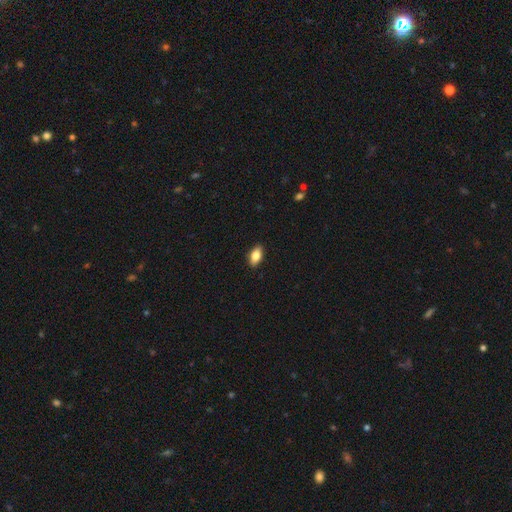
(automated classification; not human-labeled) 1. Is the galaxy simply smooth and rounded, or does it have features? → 82% smooth, 11% featured or disk, 7% star or artifact.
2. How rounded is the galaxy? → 90% in between, 6% cigar-shaped, 4% round.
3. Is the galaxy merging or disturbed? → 90% none, 8% minor disturbance, 2% major disturbance, 1% merger.